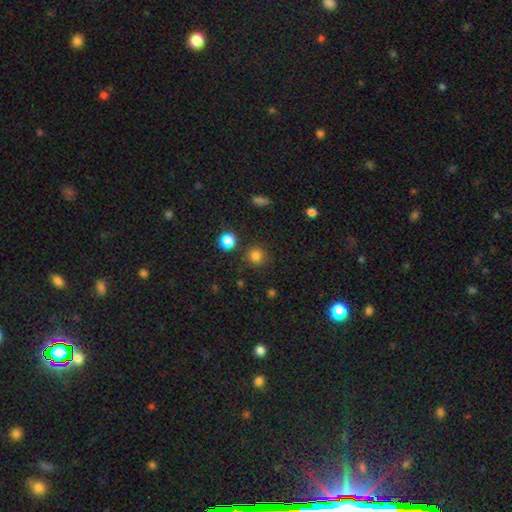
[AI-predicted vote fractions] Q: Smooth or featured?
A: smooth (80%); runner-up: star or artifact (16%)
Q: How rounded?
A: round (93%); runner-up: in between (6%)
Q: Merging?
A: none (85%); runner-up: minor disturbance (8%)